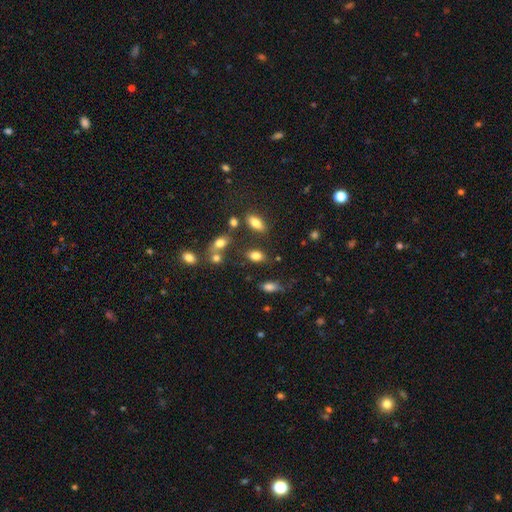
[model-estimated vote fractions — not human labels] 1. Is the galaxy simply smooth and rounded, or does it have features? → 78% smooth, 12% star or artifact, 10% featured or disk.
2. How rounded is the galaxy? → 85% in between, 11% round, 4% cigar-shaped.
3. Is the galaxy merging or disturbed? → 73% none, 14% minor disturbance, 8% merger, 5% major disturbance.